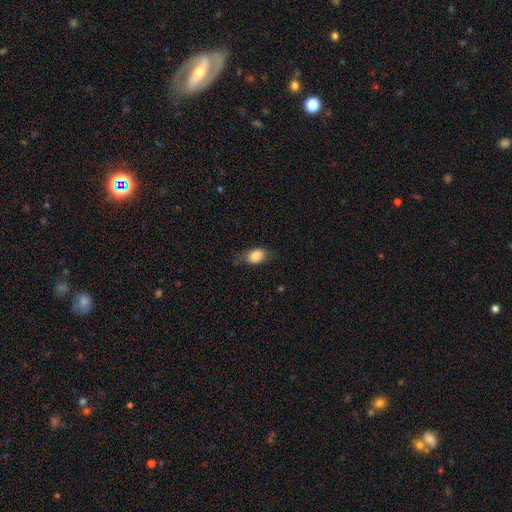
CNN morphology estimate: A smooth galaxy with no disk features (83%) that is in between round and cigar-shaped (75%). Merging: none (66%).